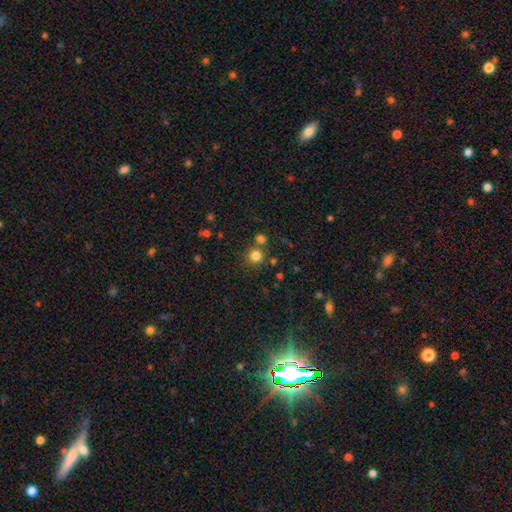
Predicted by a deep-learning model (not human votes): Smooth or featured: smooth — 80% (star or artifact — 15%)
How rounded: round — 92% (in between — 7%)
Merging: none — 74% (merger — 15%)